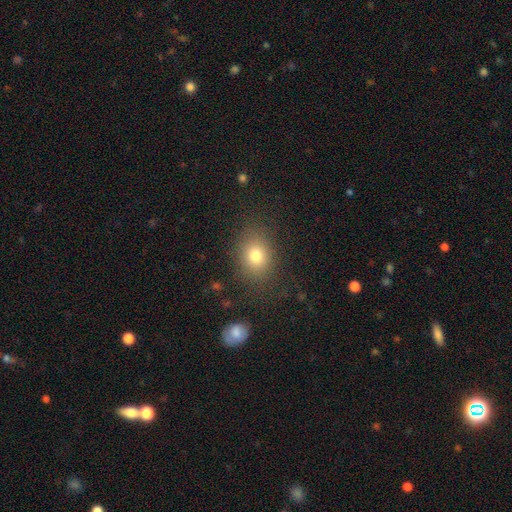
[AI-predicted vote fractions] Overall: smooth (78%). How rounded: round (50%; in between 49%). Merging: none (82%).